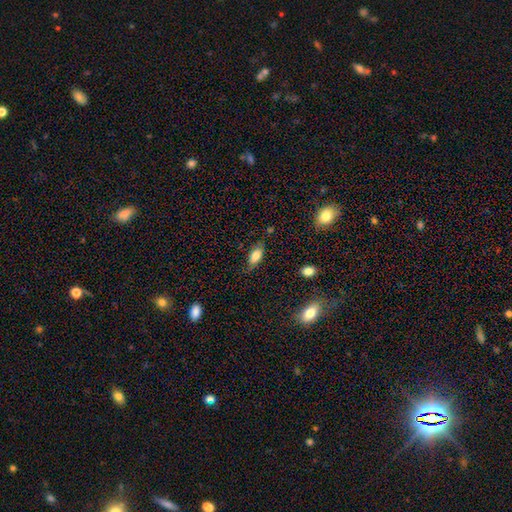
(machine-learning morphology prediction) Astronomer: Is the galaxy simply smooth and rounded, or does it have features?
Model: smooth — 79%.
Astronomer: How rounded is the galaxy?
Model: in between — 87%.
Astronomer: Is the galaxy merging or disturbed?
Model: none — 74%.